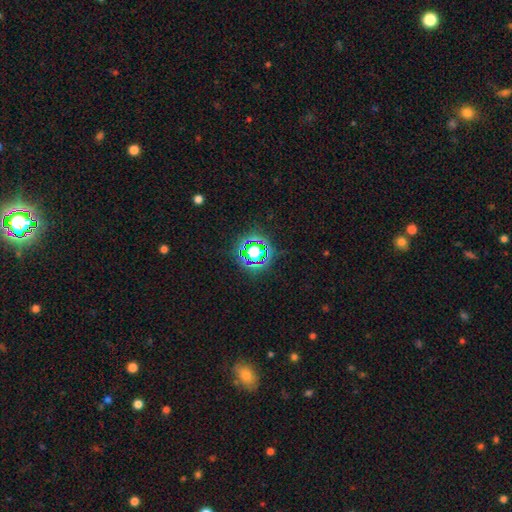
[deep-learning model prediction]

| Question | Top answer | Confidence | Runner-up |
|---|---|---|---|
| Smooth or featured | star or artifact | 68% | smooth (20%) |